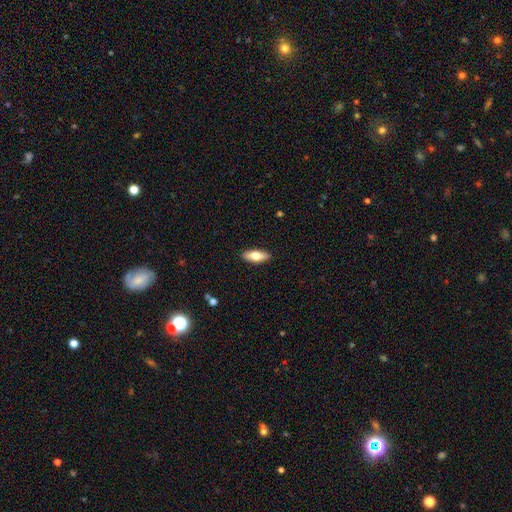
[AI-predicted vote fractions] Smooth or featured: smooth — 68% (featured or disk — 27%)
How rounded: in between — 73% (cigar-shaped — 24%)
Merging: none — 90% (minor disturbance — 7%)